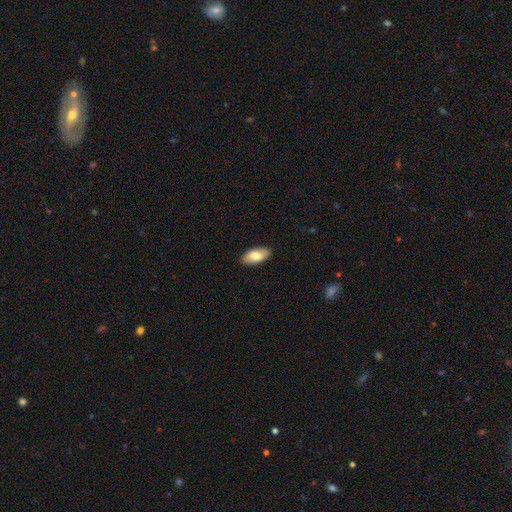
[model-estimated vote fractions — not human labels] Q: Smooth or featured?
A: smooth (78%); runner-up: featured or disk (16%)
Q: How rounded?
A: in between (92%); runner-up: cigar-shaped (6%)
Q: Merging?
A: none (89%); runner-up: minor disturbance (8%)